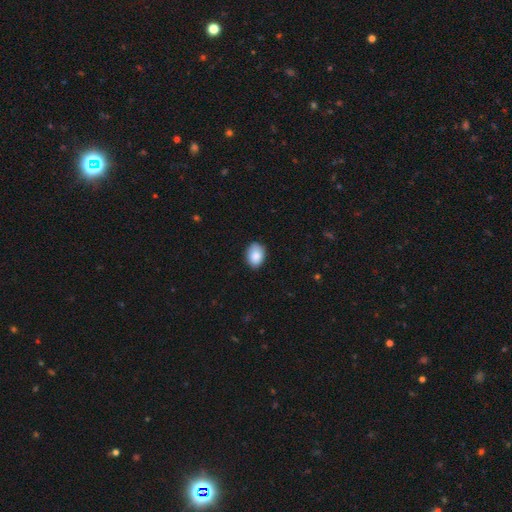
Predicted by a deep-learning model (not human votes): smooth 88%, star or artifact 7%, featured or disk 5%. Down the decision tree: how rounded — in between (77%); merging — none (81%).